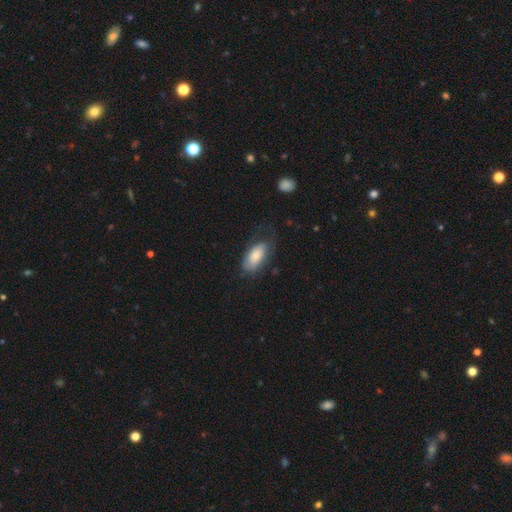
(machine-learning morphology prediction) This appears to be a smooth galaxy with no disk features (70%) that is in between round and cigar-shaped (92%). Merging: none (52%).